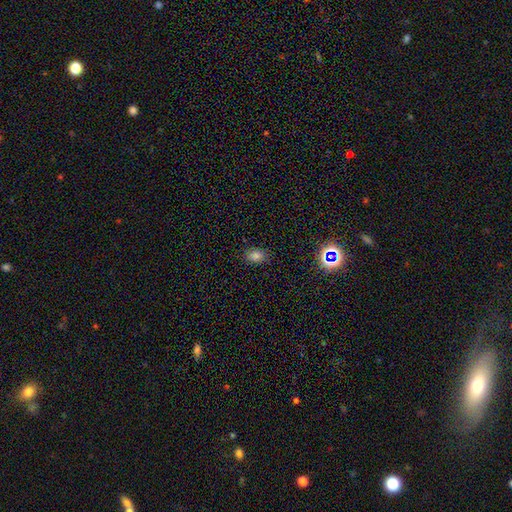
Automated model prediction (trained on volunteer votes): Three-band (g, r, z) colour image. It shows a smooth galaxy with no disk features (74%) that is in between round and cigar-shaped (70%). Merging: none (85%).